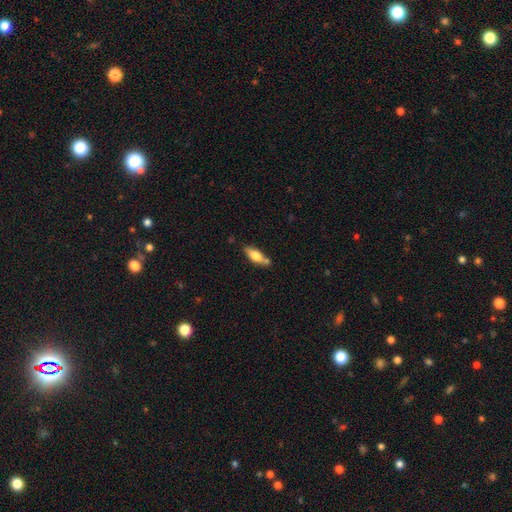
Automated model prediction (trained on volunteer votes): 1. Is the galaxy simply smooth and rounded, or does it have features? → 65% smooth, 29% featured or disk, 6% star or artifact.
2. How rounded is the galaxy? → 63% in between, 34% cigar-shaped, 3% round.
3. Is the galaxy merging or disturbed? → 65% none, 18% minor disturbance, 13% merger, 4% major disturbance.